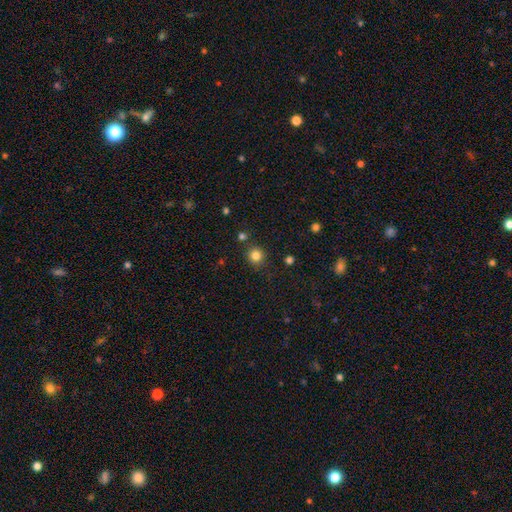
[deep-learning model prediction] Q: Smooth or featured?
A: smooth (82%); runner-up: star or artifact (13%)
Q: How rounded?
A: round (91%); runner-up: in between (8%)
Q: Merging?
A: none (87%); runner-up: minor disturbance (7%)